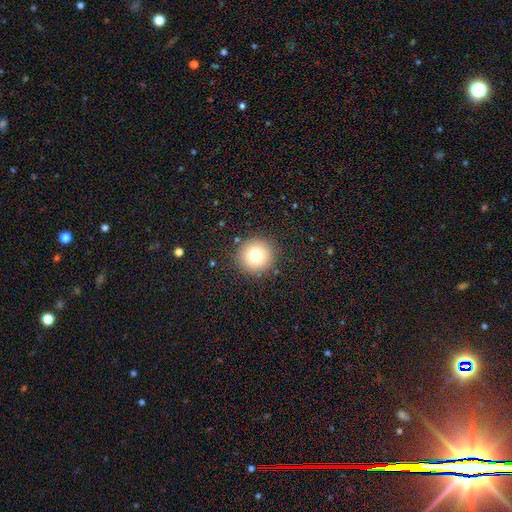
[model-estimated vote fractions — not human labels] This appears to be a smooth galaxy with no disk features (77%) that is round (95%). Merging: none (90%).